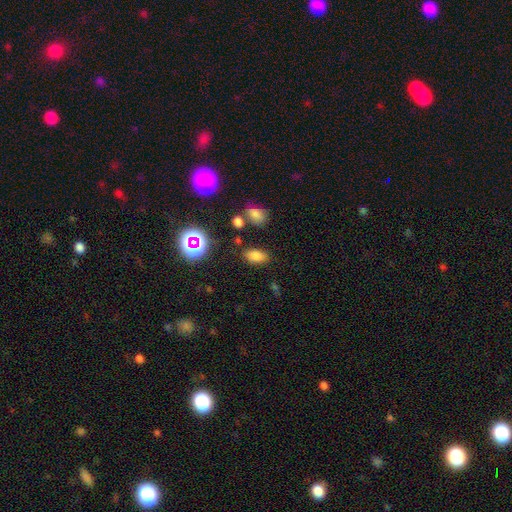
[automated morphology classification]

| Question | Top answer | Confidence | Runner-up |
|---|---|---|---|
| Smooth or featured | smooth | 75% | star or artifact (17%) |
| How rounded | in between | 89% | round (9%) |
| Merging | none | 82% | minor disturbance (11%) |